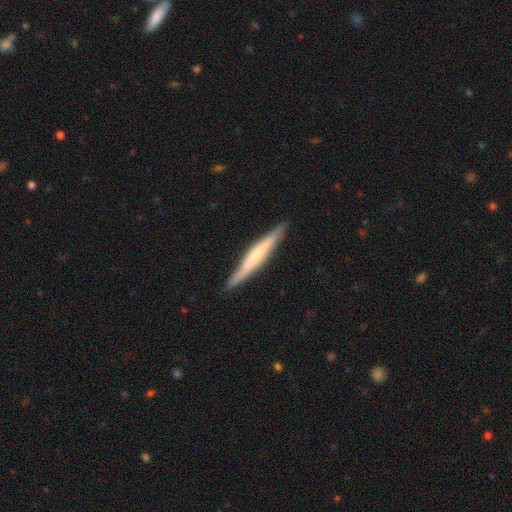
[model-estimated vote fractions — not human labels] smooth_or_featured: featured or disk (p=0.52) [alt: smooth p=0.42]
disk_edge_on: yes (p=0.94) [alt: no p=0.06]
merging: none (p=0.87) [alt: minor disturbance p=0.10]